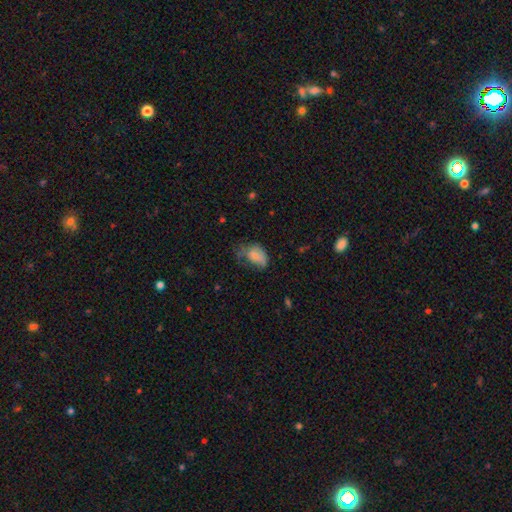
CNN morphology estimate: Smooth or featured? Predicted: smooth (p=0.68). How rounded? Predicted: in between (p=0.80). Merging? Predicted: minor disturbance (p=0.35).